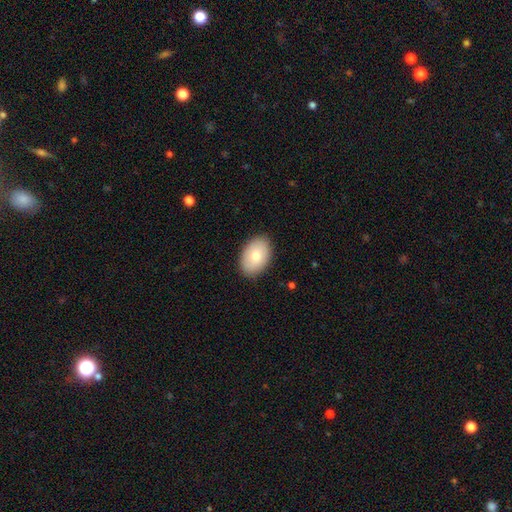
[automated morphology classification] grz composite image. It shows a smooth galaxy with no disk features (75%) that is in between round and cigar-shaped (88%). Merging: none (88%).